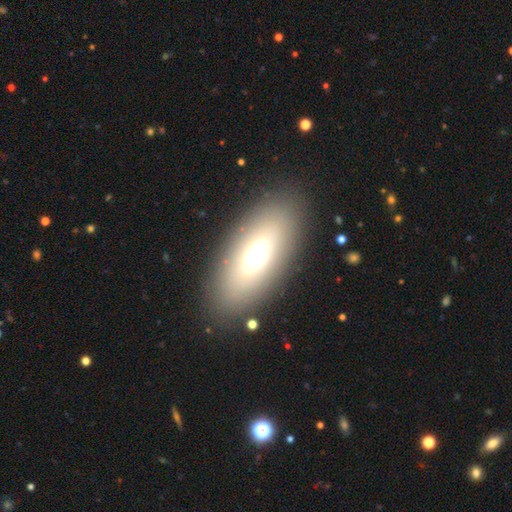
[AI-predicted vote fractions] Morphology: type=smooth (60%); roundness=in between (85%); merging=none (85%).